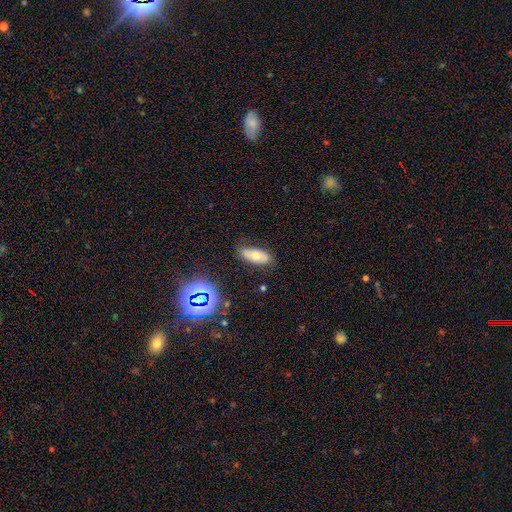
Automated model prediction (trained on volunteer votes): Morphology: type=smooth (56%); roundness=in between (84%); merging=none (77%).